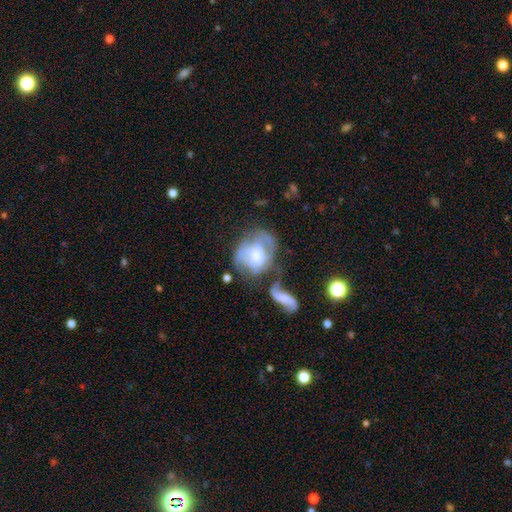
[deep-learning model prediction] The model was most divided on "merging": none: 29%, major disturbance: 26%, merger: 26%, minor disturbance: 19%. Remaining: edge-on disk — no (97%); smooth or featured — featured or disk (67%); spiral arms — yes (66%); bar — no (64%); bulge size — small (45%).